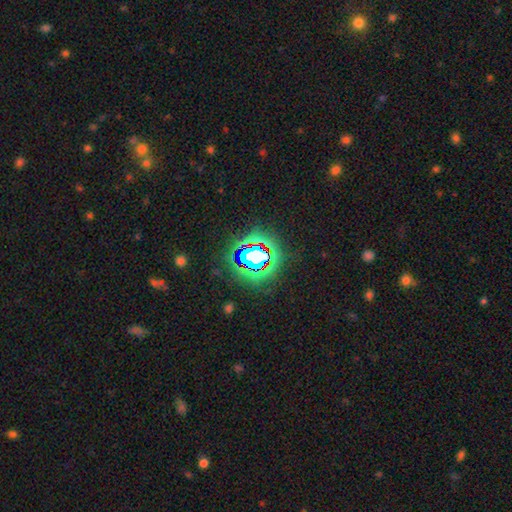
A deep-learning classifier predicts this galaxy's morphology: smooth-or-featured: star or artifact: 71% | smooth: 17% | featured or disk: 11%